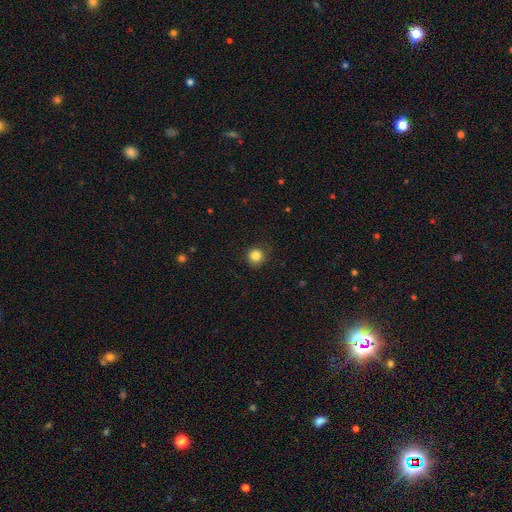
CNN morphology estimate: smooth 84%, star or artifact 11%, featured or disk 4%. Down the decision tree: how rounded — round (92%); merging — none (85%).